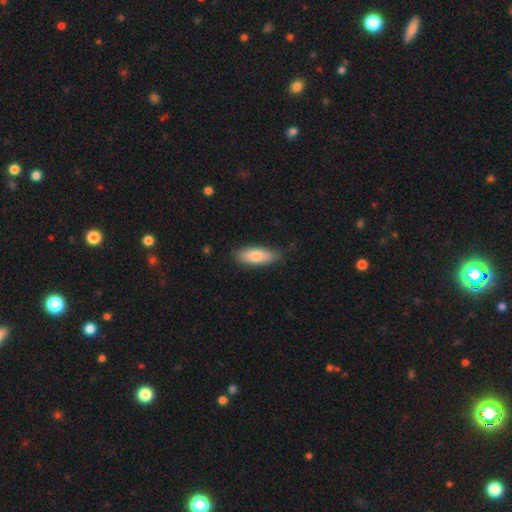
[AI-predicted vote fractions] A smooth galaxy with no disk features (81%) that is in between round and cigar-shaped (72%).

Vote fractions:
- Smooth or featured? smooth: 81% / featured or disk: 14% / star or artifact: 6%
- How rounded? in between: 72% / cigar-shaped: 26% / round: 2%
- Merging? none: 81% / minor disturbance: 15% / major disturbance: 2% / merger: 1%